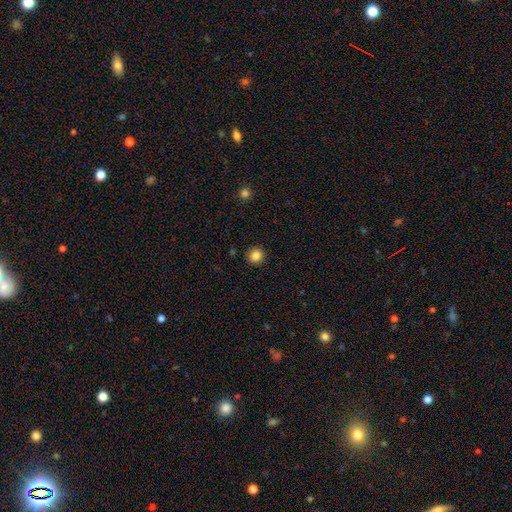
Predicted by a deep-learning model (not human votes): This is clearly a smooth galaxy (85%). How rounded: clearly round (92%). Merging: clearly none (92%).